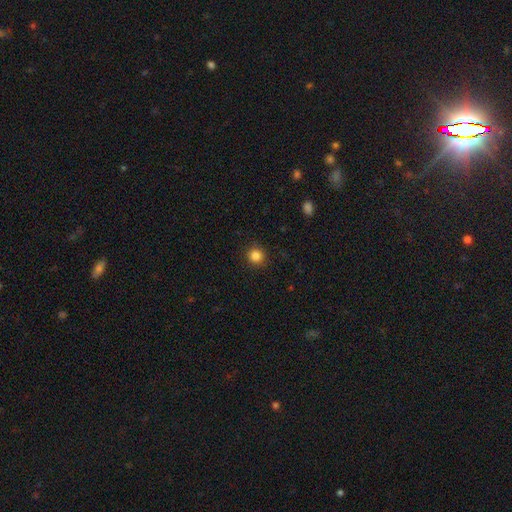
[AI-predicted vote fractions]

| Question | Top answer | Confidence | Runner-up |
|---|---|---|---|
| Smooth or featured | smooth | 85% | star or artifact (11%) |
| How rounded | round | 92% | in between (7%) |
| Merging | none | 90% | minor disturbance (6%) |